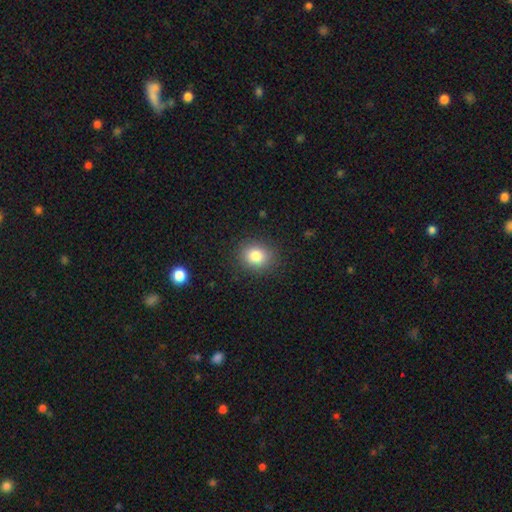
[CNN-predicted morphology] smooth-or-featured: smooth: 83% | star or artifact: 10% | featured or disk: 7%
  how-rounded: round: 64% | in between: 35% | cigar-shaped: 1%
  merging: none: 88% | minor disturbance: 8% | major disturbance: 3% | merger: 1%